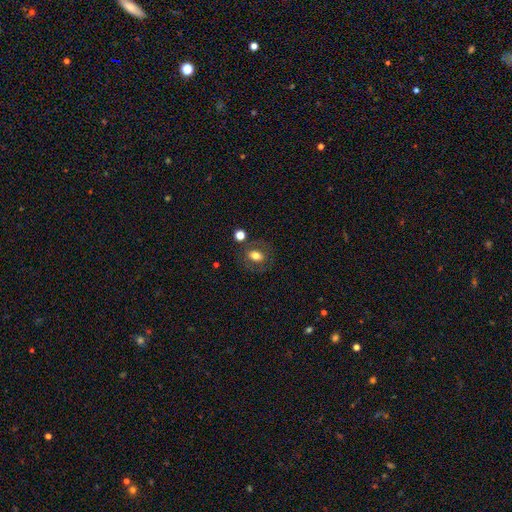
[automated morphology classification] Smooth or featured: smooth — 63% (featured or disk — 27%)
How rounded: in between — 60% (round — 38%)
Merging: none — 75% (minor disturbance — 13%)